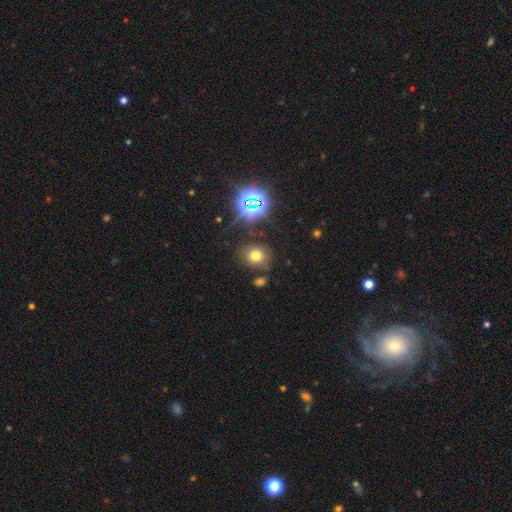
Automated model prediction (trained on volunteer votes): A smooth galaxy with no disk features (68%) that is round (71%).

Vote fractions:
- Smooth or featured? smooth: 68% / star or artifact: 23% / featured or disk: 10%
- How rounded? round: 71% / in between: 28% / cigar-shaped: 1%
- Merging? none: 79% / minor disturbance: 12% / merger: 5% / major disturbance: 4%